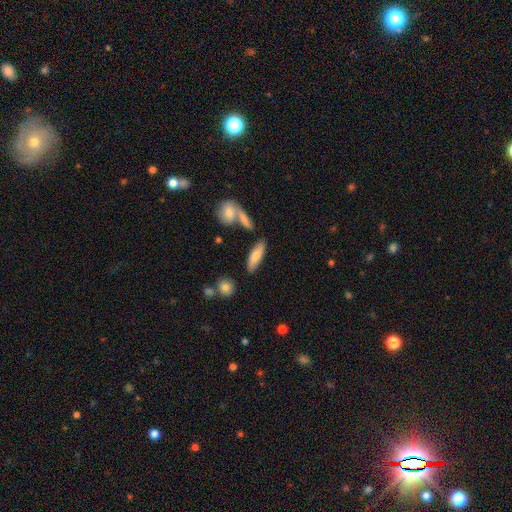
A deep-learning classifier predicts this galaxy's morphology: Smooth or featured: smooth — 72% (featured or disk — 21%)
How rounded: cigar-shaped — 50% (in between — 47%)
Merging: none — 73% (minor disturbance — 13%)